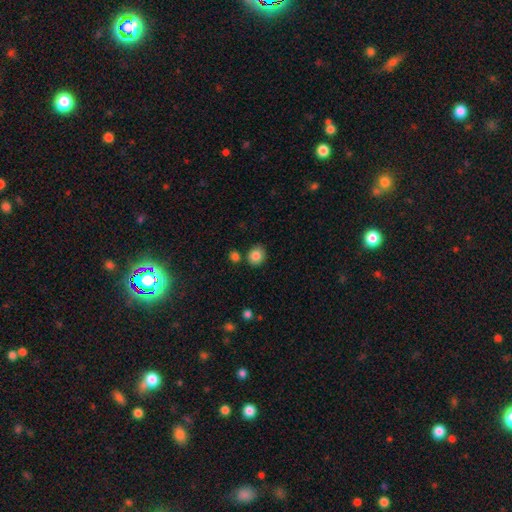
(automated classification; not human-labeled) This is clearly a smooth galaxy (84%). How rounded: likely round (71%). Merging: clearly none (81%).